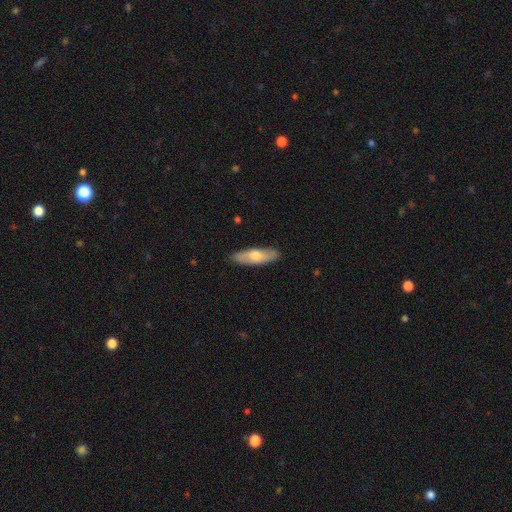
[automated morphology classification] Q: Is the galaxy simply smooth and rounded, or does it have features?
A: smooth — 65%.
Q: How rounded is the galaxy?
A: cigar-shaped — 50%.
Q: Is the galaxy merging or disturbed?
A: none — 86%.